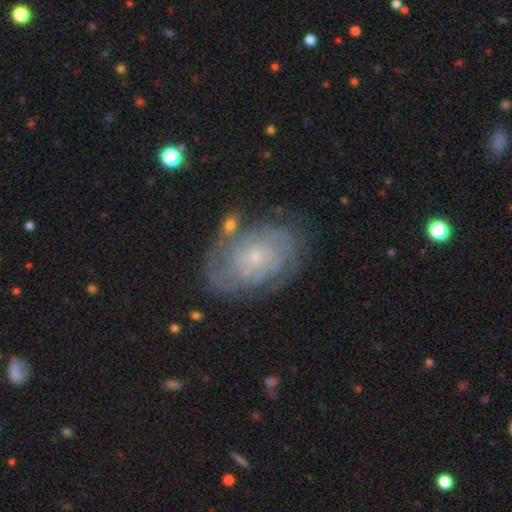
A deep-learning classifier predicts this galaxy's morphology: Smooth or featured: featured or disk — 78% (smooth — 14%)
Edge-on disk: no — 96% (yes — 4%)
Bar: no — 80% (weak — 17%)
Spiral arms: yes — 90% (no — 10%)
Spiral winding: tight — 74% (medium — 20%)
Spiral arm count: can't tell — 46% (2 — 19%)
Bulge size: small — 80% (moderate — 15%)
Merging: none — 73% (minor disturbance — 17%)